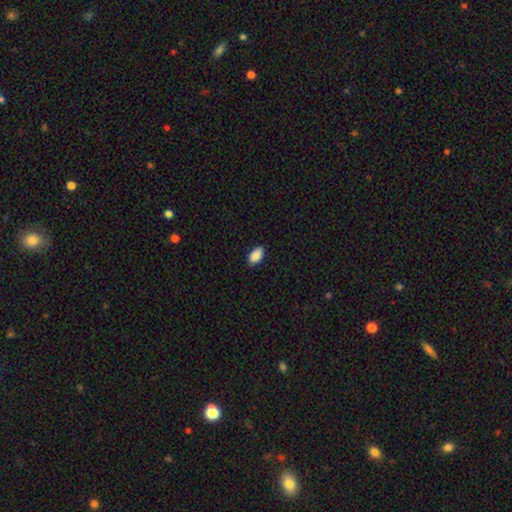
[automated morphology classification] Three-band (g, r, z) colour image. It shows a smooth galaxy with no disk features (90%) that is in between round and cigar-shaped (94%). Merging: none (87%).